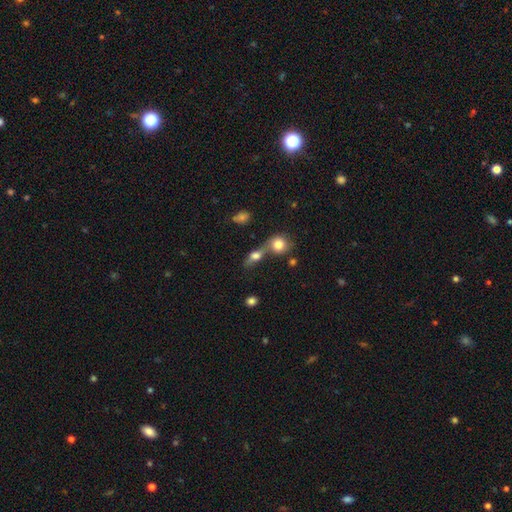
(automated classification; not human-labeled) Smooth or featured?
  - smooth: 67% *
  - featured or disk: 20%
  - star or artifact: 12%
How rounded?
  - in between: 56% *
  - round: 29%
  - cigar-shaped: 15%
Merging?
  - merger: 51% *
  - none: 31%
  - minor disturbance: 10%
  - major disturbance: 8%